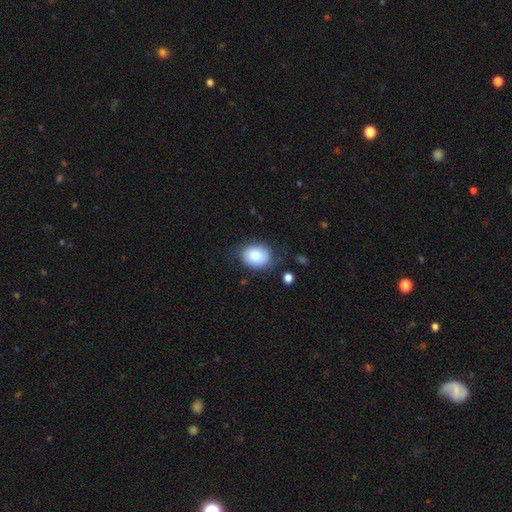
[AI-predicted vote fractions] Smooth or featured? smooth (84%)
How rounded? in between (56%)
Merging? none (67%)